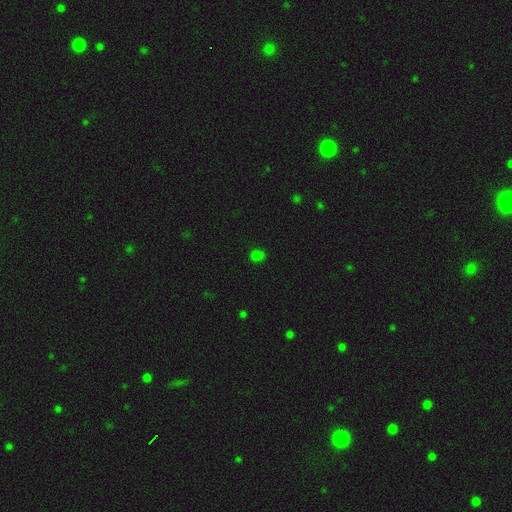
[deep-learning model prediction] A smooth galaxy with no disk features (72%) that is round (72%). Merging: none (79%).